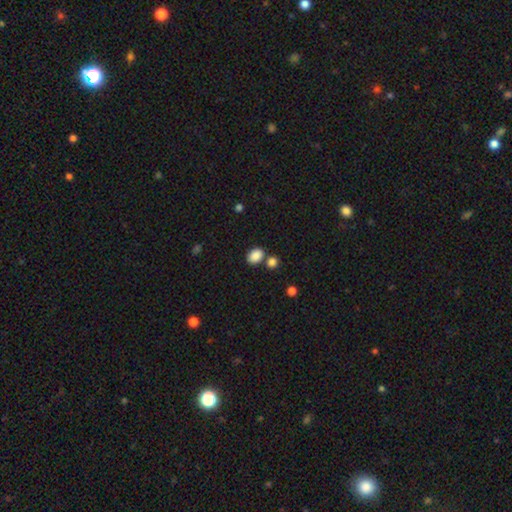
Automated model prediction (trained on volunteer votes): Overall: smooth (87%). How rounded: in between (72%). Merging: none (69%).